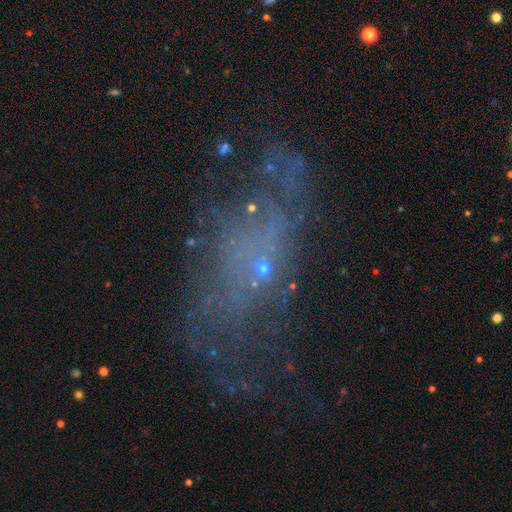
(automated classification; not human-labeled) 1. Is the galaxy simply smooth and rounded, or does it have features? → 59% featured or disk, 21% smooth, 21% star or artifact.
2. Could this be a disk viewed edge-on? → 91% no, 9% yes.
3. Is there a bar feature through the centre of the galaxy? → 84% no, 13% weak, 3% strong.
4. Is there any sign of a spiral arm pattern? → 62% no, 38% yes.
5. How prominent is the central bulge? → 67% small, 21% none, 10% moderate, 1% large, 1% dominant.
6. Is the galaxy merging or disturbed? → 51% none, 25% major disturbance, 20% minor disturbance, 4% merger.